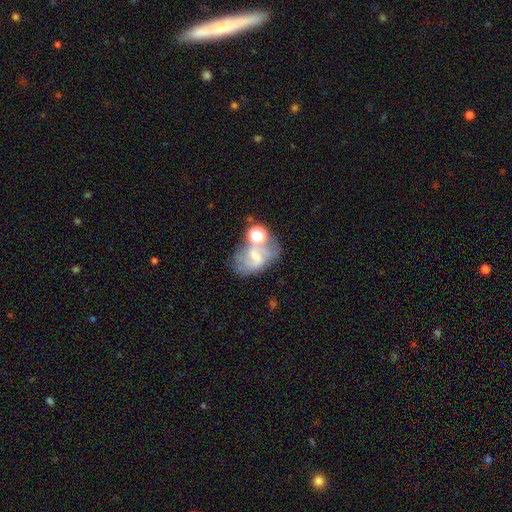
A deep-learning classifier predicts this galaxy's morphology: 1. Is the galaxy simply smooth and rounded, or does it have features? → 52% featured or disk, 34% smooth, 14% star or artifact.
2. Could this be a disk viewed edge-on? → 96% no, 4% yes.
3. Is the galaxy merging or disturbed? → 38% none, 31% merger, 18% minor disturbance, 13% major disturbance.